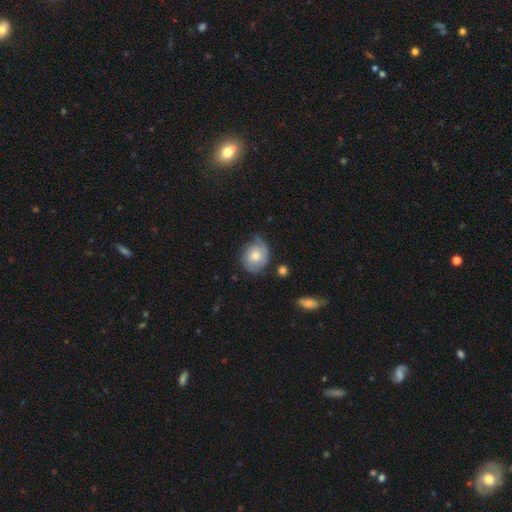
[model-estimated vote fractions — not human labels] A smooth galaxy with no disk features (58%) that is round (57%).

Vote fractions:
- Smooth or featured? smooth: 58% / featured or disk: 35% / star or artifact: 7%
- How rounded? round: 57% / in between: 42% / cigar-shaped: 1%
- Merging? none: 57% / minor disturbance: 31% / major disturbance: 9% / merger: 3%